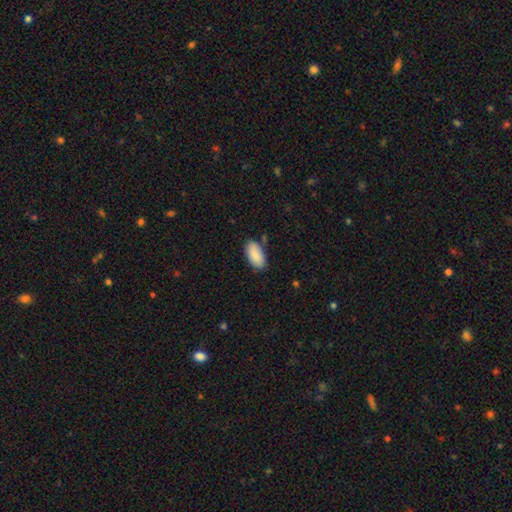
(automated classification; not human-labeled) Q: Smooth or featured?
A: smooth (89%); runner-up: star or artifact (6%)
Q: How rounded?
A: in between (94%); runner-up: cigar-shaped (4%)
Q: Merging?
A: none (81%); runner-up: minor disturbance (14%)